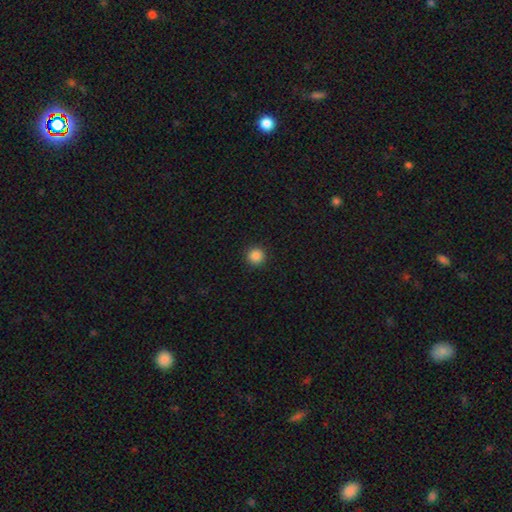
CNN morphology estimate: This appears to be a smooth galaxy with no disk features (87%) that is round (96%). Merging: none (93%).